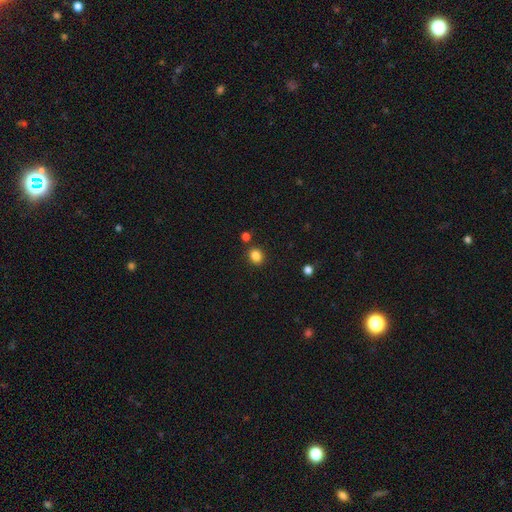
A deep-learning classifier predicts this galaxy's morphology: The model was most divided on "how rounded": round: 73%, in between: 26%, cigar-shaped: 1%. More confident: merging — none (85%); smooth or featured — smooth (85%).